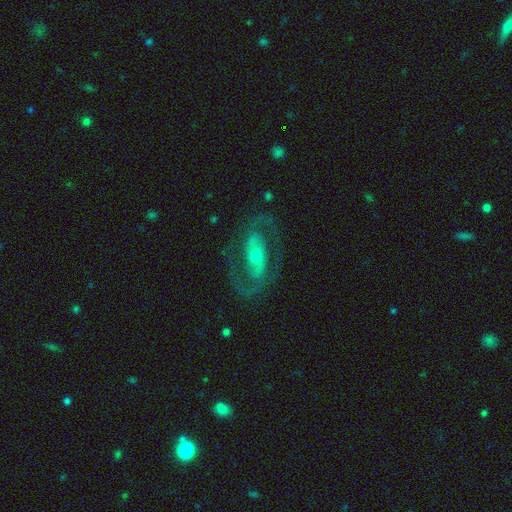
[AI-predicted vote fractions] Smooth or featured? Predicted: featured or disk (p=0.84). Edge-on disk? Predicted: no (p=0.95). Bar? Predicted: no (p=0.35). Spiral arms? Predicted: yes (p=0.82). Spiral winding? Predicted: medium (p=0.52). Spiral arm count? Predicted: 2 (p=0.88). Bulge size? Predicted: moderate (p=0.51). Merging? Predicted: none (p=0.78).